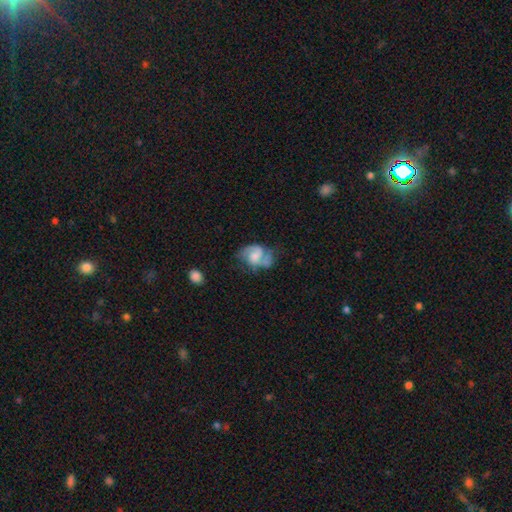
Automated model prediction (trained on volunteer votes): The model was most divided on "bulge size": moderate: 32%, small: 25%, none: 22%, large: 17%, dominant: 3%. Remaining: edge-on disk — no (97%); spiral arms — yes (79%); smooth or featured — featured or disk (58%); bar — no (54%); merging — none (35%).